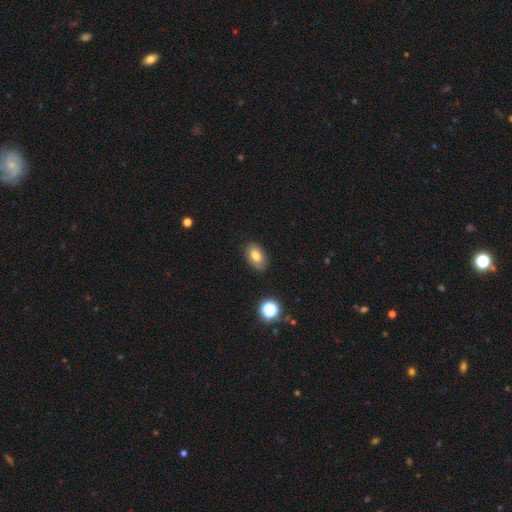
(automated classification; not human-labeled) Morphology: type=smooth (77%); roundness=in between (90%); merging=none (82%).